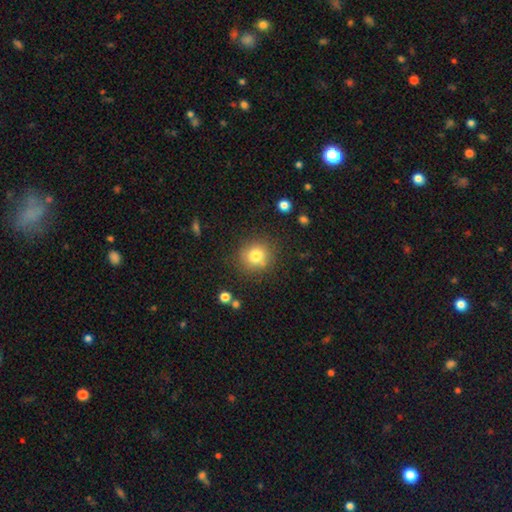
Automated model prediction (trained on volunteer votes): This is likely a smooth galaxy (80%). How rounded: clearly round (87%). Merging: clearly none (83%).